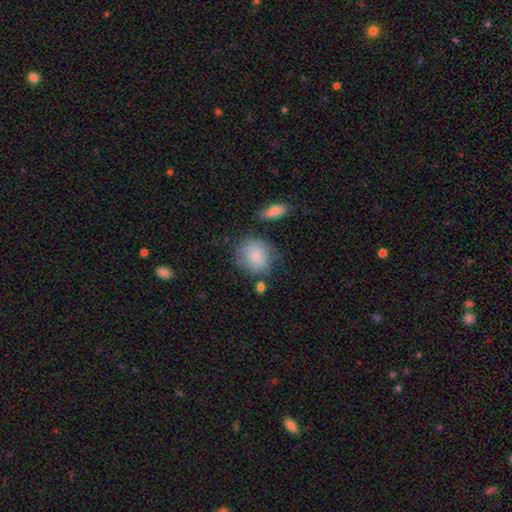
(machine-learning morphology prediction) Q: Smooth or featured?
A: smooth (78%); runner-up: featured or disk (16%)
Q: How rounded?
A: round (77%); runner-up: in between (21%)
Q: Merging?
A: none (61%); runner-up: minor disturbance (24%)